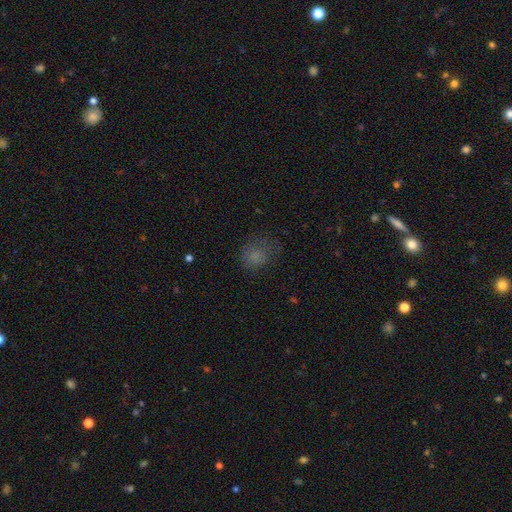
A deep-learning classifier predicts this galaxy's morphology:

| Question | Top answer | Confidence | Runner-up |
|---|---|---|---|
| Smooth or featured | smooth | 74% | star or artifact (16%) |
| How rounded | round | 64% | in between (35%) |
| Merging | none | 59% | minor disturbance (24%) |